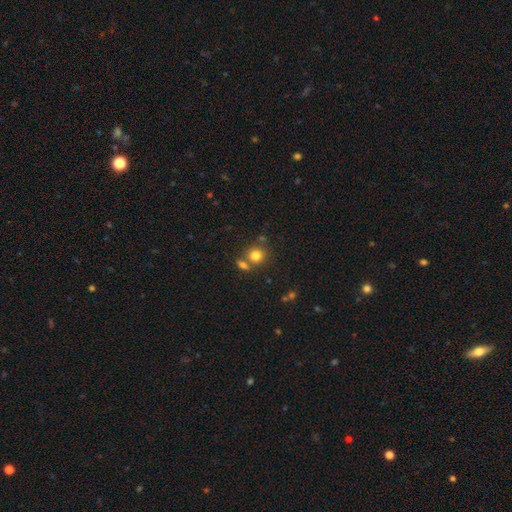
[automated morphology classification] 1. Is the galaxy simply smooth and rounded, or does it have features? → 80% smooth, 12% star or artifact, 8% featured or disk.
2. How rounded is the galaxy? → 85% round, 14% in between, 1% cigar-shaped.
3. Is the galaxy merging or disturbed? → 61% none, 26% merger, 9% minor disturbance, 4% major disturbance.